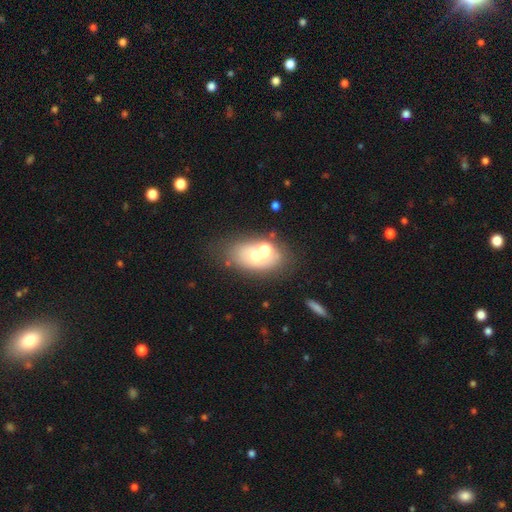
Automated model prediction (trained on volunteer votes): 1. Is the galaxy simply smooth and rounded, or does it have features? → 54% smooth, 29% featured or disk, 17% star or artifact.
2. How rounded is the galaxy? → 73% in between, 25% round, 2% cigar-shaped.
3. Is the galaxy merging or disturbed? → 51% none, 27% merger, 14% minor disturbance, 8% major disturbance.